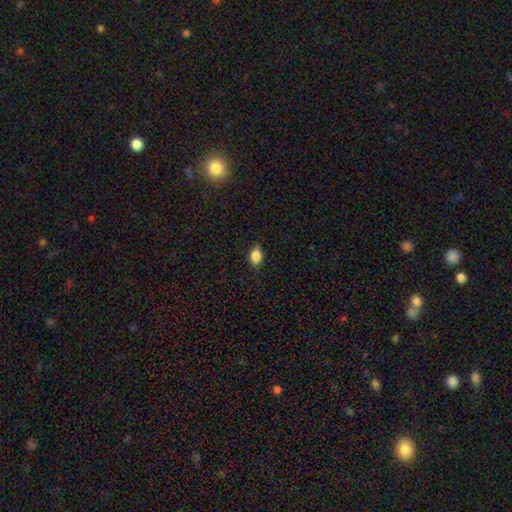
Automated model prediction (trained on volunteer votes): Smooth or featured? smooth (81%)
How rounded? in between (75%)
Merging? none (80%)